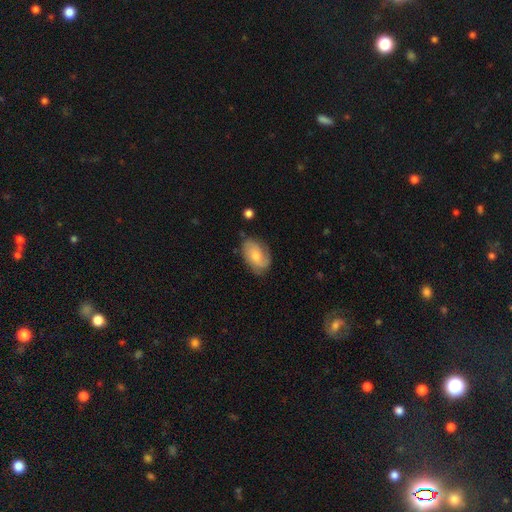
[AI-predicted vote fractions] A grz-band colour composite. It shows a smooth galaxy with no disk features (51%) that is in between round and cigar-shaped (88%). Merging: none (70%).